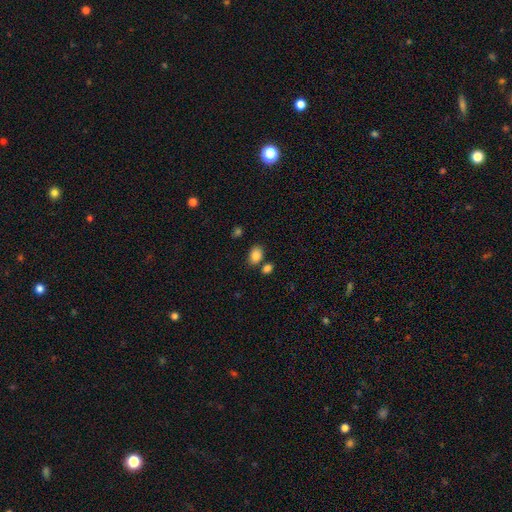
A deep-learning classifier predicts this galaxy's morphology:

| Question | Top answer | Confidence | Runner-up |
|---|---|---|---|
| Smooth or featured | smooth | 86% | star or artifact (9%) |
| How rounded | in between | 77% | round (22%) |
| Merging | none | 70% | merger (14%) |